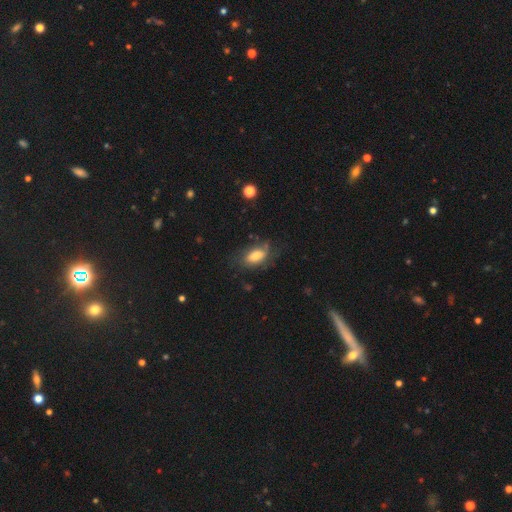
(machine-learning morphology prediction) Overall: smooth (66%). How rounded: in between (89%). Merging: none (58%; minor disturbance 25%).